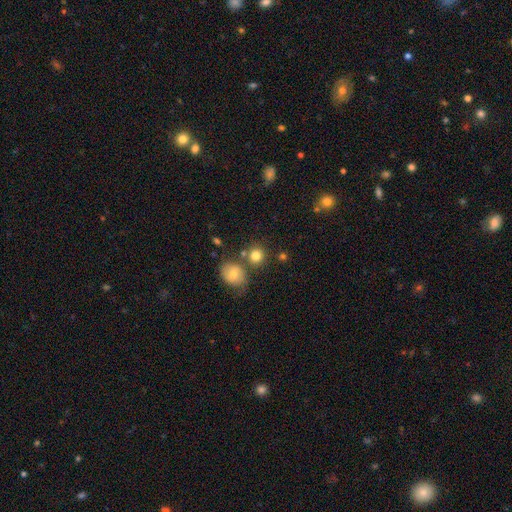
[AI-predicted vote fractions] This is likely a smooth galaxy (80%). How rounded: clearly round (83%). Merging: likely none (66%).